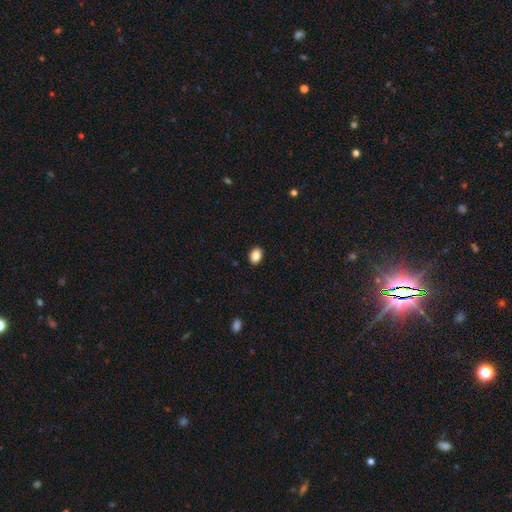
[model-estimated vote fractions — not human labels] Smooth or featured? smooth (88%)
How rounded? in between (73%)
Merging? none (90%)